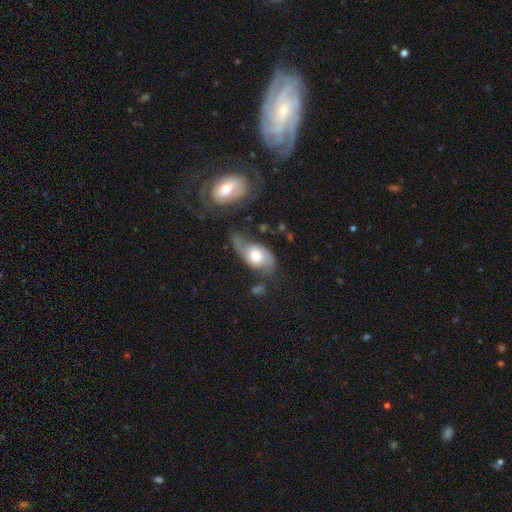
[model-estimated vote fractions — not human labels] Smooth or featured? featured or disk (62%)
Edge-on disk? no (94%)
Bar? no (67%)
Spiral arms? yes (87%)
Spiral winding? loose (44%)
Spiral arm count? 2 (78%)
Bulge size? moderate (57%)
Merging? none (41%)